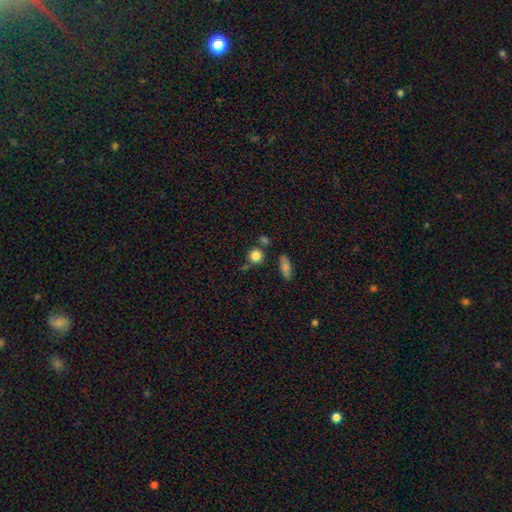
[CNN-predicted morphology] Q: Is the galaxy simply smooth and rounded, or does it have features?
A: smooth — 83%.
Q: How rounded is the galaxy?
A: round — 88%.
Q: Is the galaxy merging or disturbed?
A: none — 71%.